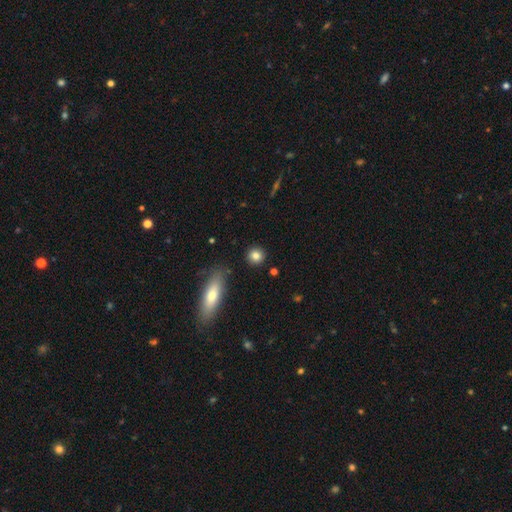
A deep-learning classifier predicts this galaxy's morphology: Smooth or featured: smooth — 84% (star or artifact — 9%)
How rounded: round — 88% (in between — 10%)
Merging: none — 89% (minor disturbance — 7%)